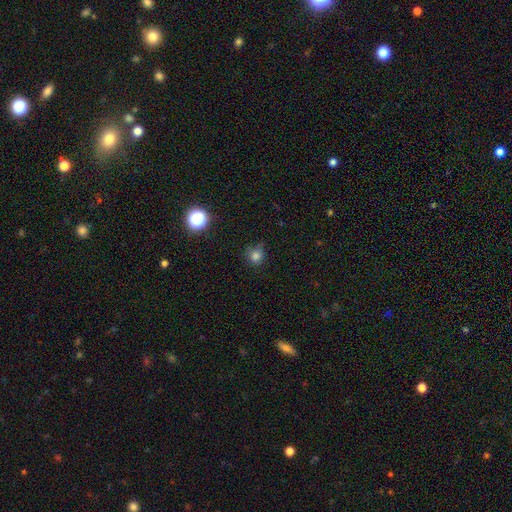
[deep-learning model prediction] Smooth or featured? Predicted: smooth (p=0.78). How rounded? Predicted: round (p=0.83). Merging? Predicted: none (p=0.66).